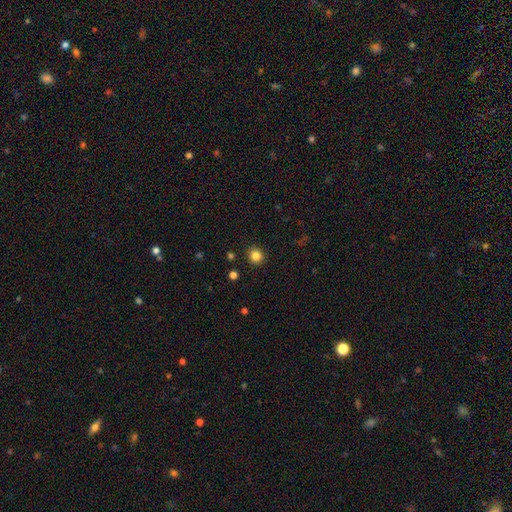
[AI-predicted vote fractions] Smooth or featured?
  - smooth: 84% *
  - star or artifact: 12%
  - featured or disk: 5%
How rounded?
  - round: 90% *
  - in between: 9%
  - cigar-shaped: 1%
Merging?
  - none: 91% *
  - minor disturbance: 6%
  - major disturbance: 2%
  - merger: 1%